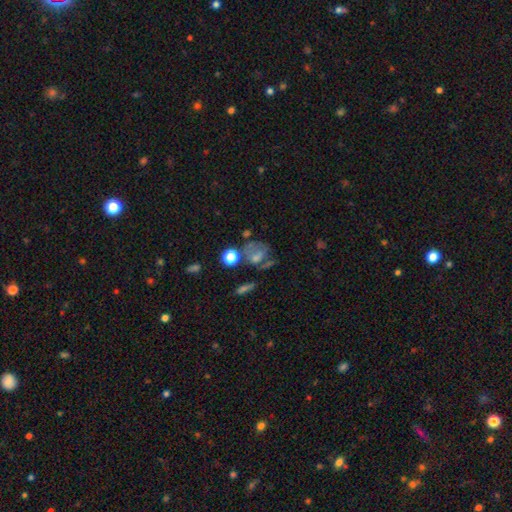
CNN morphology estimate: Smooth or featured? Predicted: smooth (p=0.54). How rounded? Predicted: round (p=0.59). Merging? Predicted: none (p=0.36).